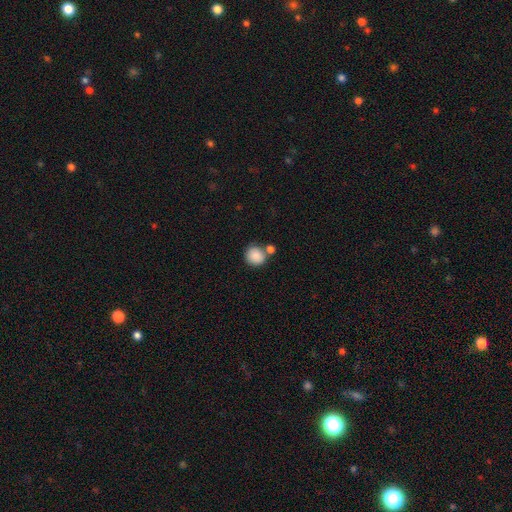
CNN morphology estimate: A smooth galaxy with no disk features (87%) that is round (84%). Merging: none (60%).